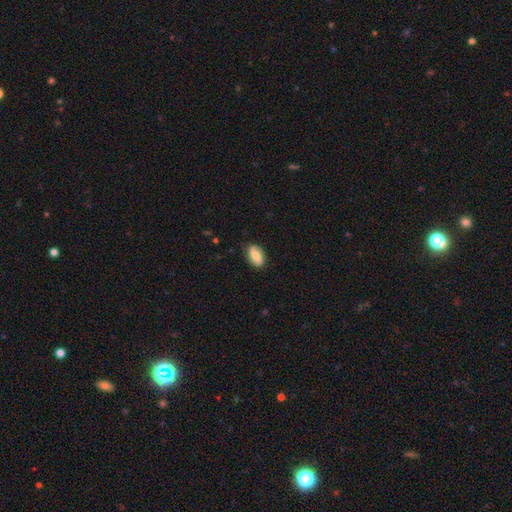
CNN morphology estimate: smooth-or-featured: smooth: 71% | featured or disk: 22% | star or artifact: 7%
  how-rounded: in between: 89% | round: 6% | cigar-shaped: 5%
  merging: none: 84% | minor disturbance: 13% | major disturbance: 2% | merger: 1%